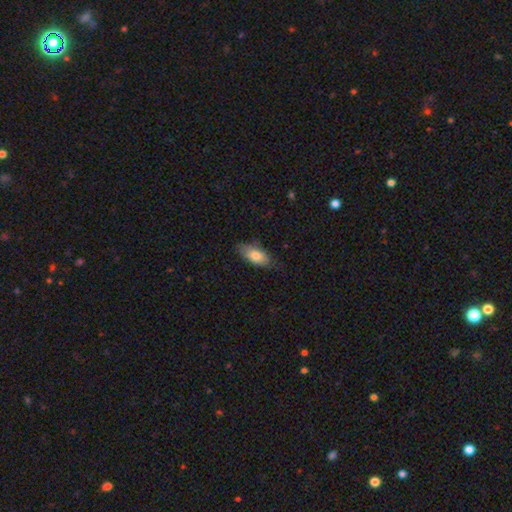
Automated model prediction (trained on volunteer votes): Smooth or featured? smooth (77%)
How rounded? in between (87%)
Merging? none (72%)